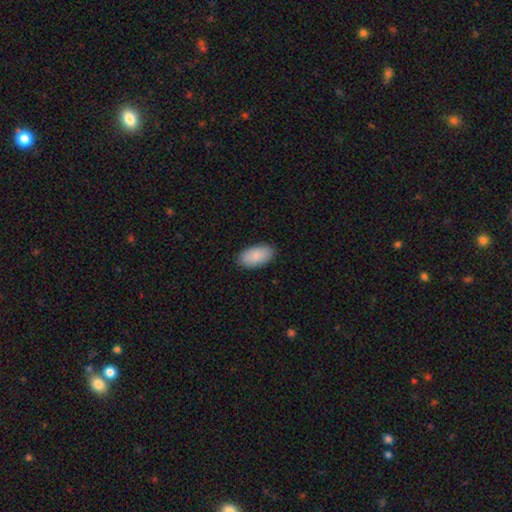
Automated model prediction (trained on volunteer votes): Overall: smooth (87%). How rounded: in between (95%). Merging: none (88%).